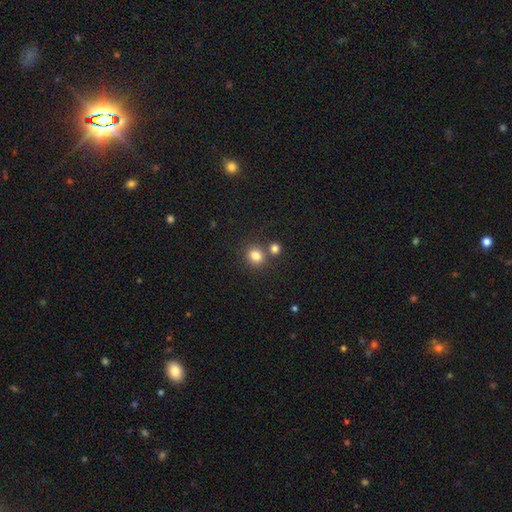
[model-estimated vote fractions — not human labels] This appears to be a smooth galaxy with no disk features (81%) that is round (80%). Merging: none (69%).